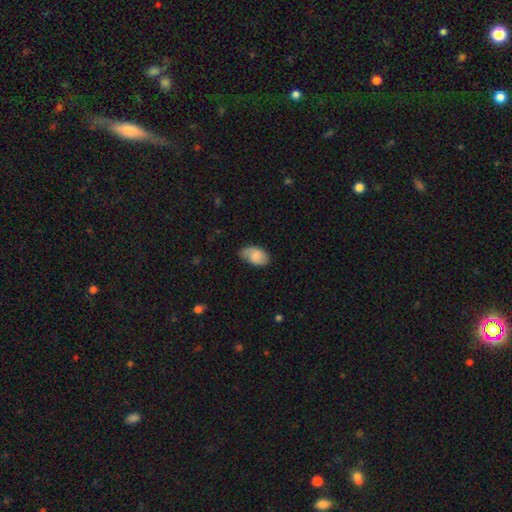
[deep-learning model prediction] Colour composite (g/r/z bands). It shows a smooth galaxy with no disk features (78%) that is in between round and cigar-shaped (92%). Merging: none (62%).